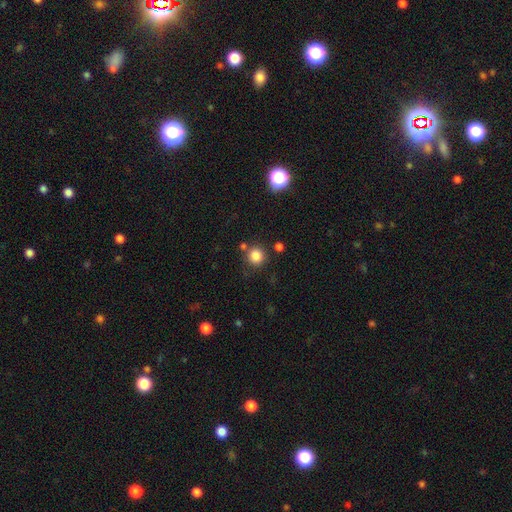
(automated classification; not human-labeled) smooth 84%, star or artifact 12%, featured or disk 5%. Down the decision tree: how rounded — round (92%); merging — none (78%).